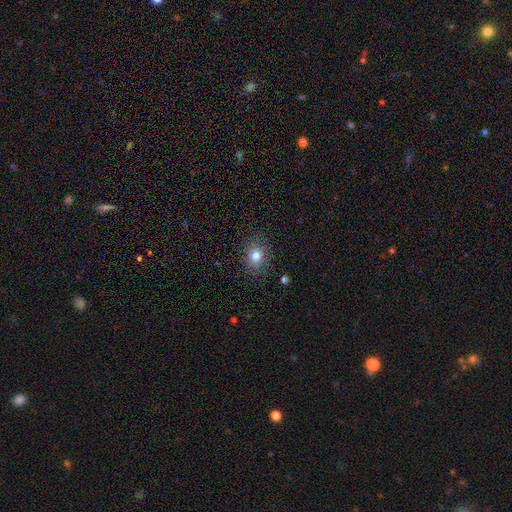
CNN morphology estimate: Smooth or featured?
  - smooth: 79% *
  - star or artifact: 12%
  - featured or disk: 9%
How rounded?
  - round: 53% *
  - in between: 46%
  - cigar-shaped: 1%
Merging?
  - none: 85% *
  - minor disturbance: 11%
  - major disturbance: 3%
  - merger: 1%